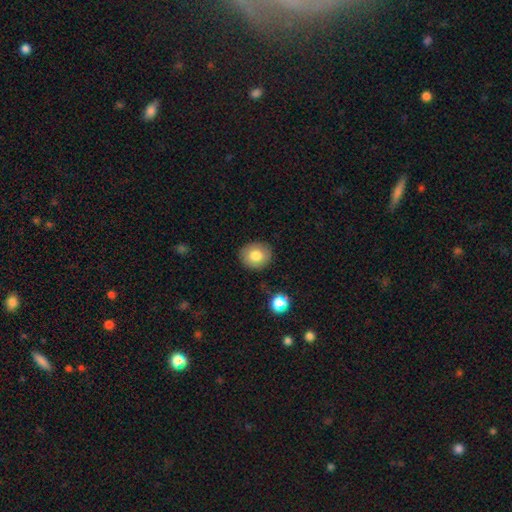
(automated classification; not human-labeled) Q: Smooth or featured?
A: smooth (80%); runner-up: featured or disk (11%)
Q: How rounded?
A: round (76%); runner-up: in between (23%)
Q: Merging?
A: none (87%); runner-up: minor disturbance (8%)